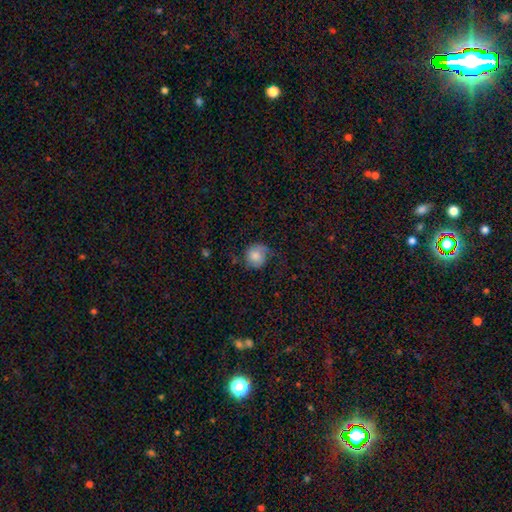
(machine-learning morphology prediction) The model was most divided on "merging": none: 57%, minor disturbance: 25%, major disturbance: 16%, merger: 2%. More confident: how rounded — round (82%); smooth or featured — smooth (64%).